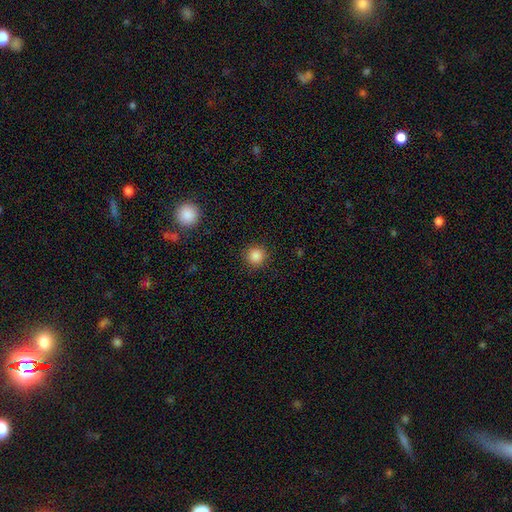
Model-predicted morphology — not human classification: A smooth galaxy with no disk features (86%) that is round (94%). Merging: none (91%).